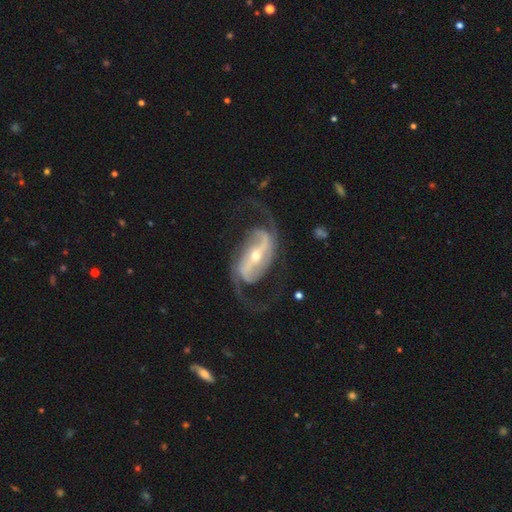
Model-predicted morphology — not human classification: Smooth or featured? Predicted: featured or disk (p=0.92). Edge-on disk? Predicted: no (p=0.96). Bar? Predicted: strong (p=0.61). Spiral arms? Predicted: yes (p=0.97). Spiral winding? Predicted: loose (p=0.44, tied with medium). Spiral arm count? Predicted: 2 (p=0.92). Bulge size? Predicted: small (p=0.58). Merging? Predicted: none (p=0.73).